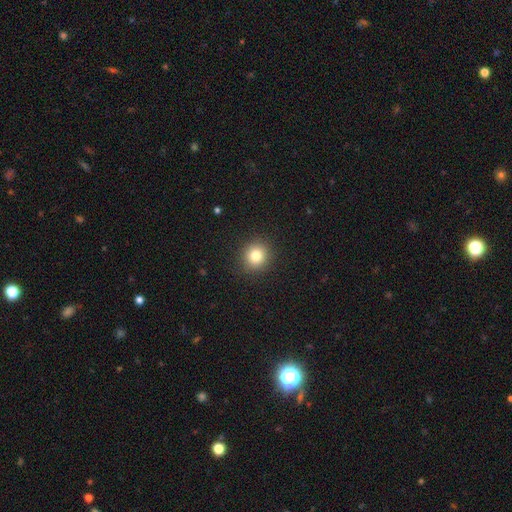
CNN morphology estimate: The model was most divided on "smooth or featured": smooth: 81%, star or artifact: 12%, featured or disk: 7%. More confident: merging — none (91%); how rounded — round (89%).